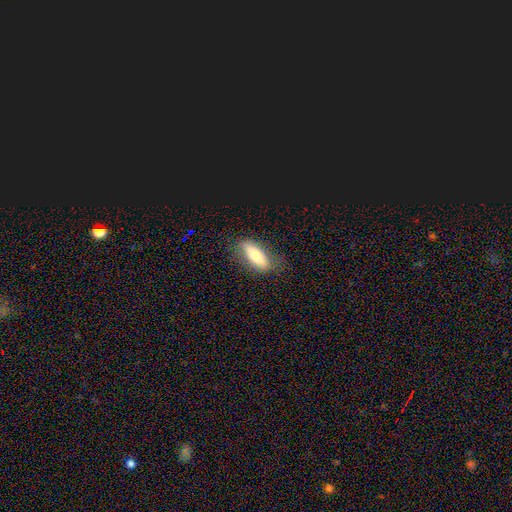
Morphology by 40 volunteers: A smooth galaxy with no disk features (70%) that is in between round and cigar-shaped (75%).

Vote fractions:
- Smooth or featured? smooth: 70% / featured or disk: 25% / star or artifact: 5%
- How rounded? in between: 75% / cigar-shaped: 25% / round: 0%
- Merging? none: 74% / minor disturbance: 24% / merger: 3% / major disturbance: 0%